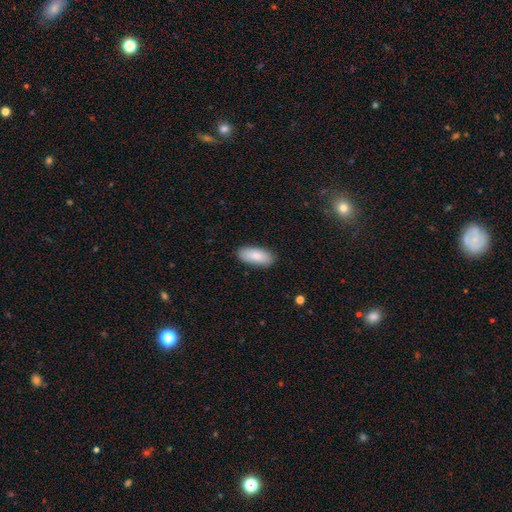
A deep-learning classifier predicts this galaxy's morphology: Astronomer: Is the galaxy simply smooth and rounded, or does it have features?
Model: smooth — 85%.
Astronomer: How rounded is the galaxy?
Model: in between — 88%.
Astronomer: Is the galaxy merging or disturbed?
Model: none — 87%.